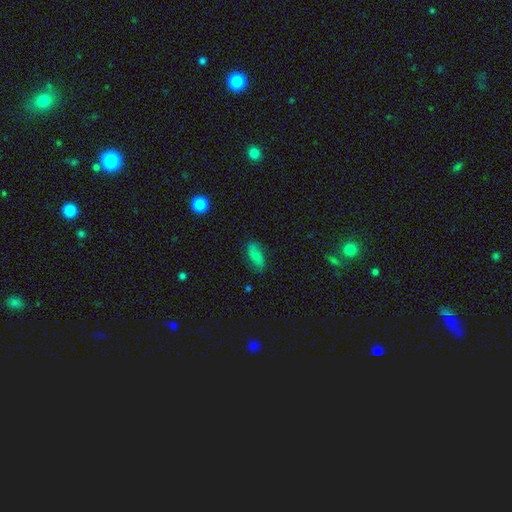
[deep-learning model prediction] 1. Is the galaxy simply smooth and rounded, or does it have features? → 74% smooth, 16% featured or disk, 10% star or artifact.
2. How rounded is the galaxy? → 82% in between, 15% cigar-shaped, 3% round.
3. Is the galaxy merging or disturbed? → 73% none, 19% minor disturbance, 5% major disturbance, 2% merger.